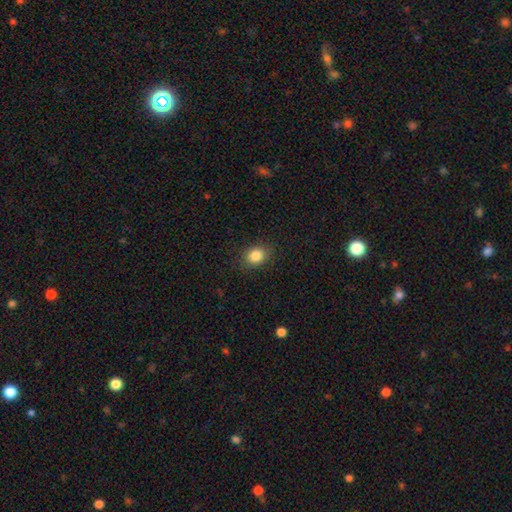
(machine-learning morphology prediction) Smooth or featured? smooth (85%)
How rounded? round (57%)
Merging? none (86%)